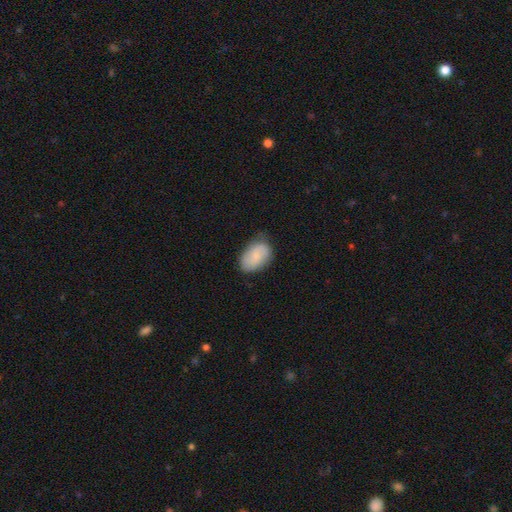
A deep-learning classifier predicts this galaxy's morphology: Smooth or featured? Predicted: smooth (p=0.60). How rounded? Predicted: in between (p=0.89). Merging? Predicted: none (p=0.73).